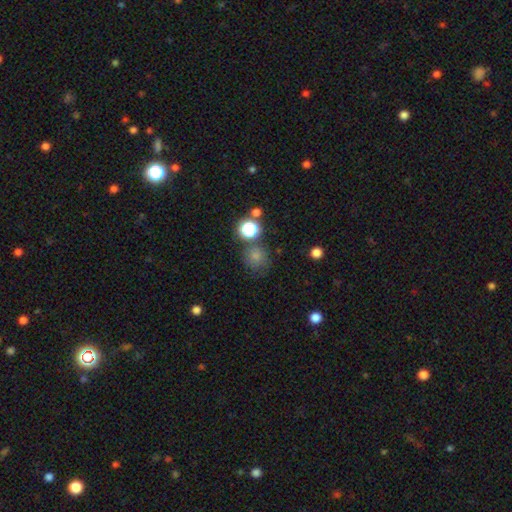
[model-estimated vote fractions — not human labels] smooth 71%, star or artifact 21%, featured or disk 8%. Down the decision tree: how rounded — round (88%); merging — none (68%).